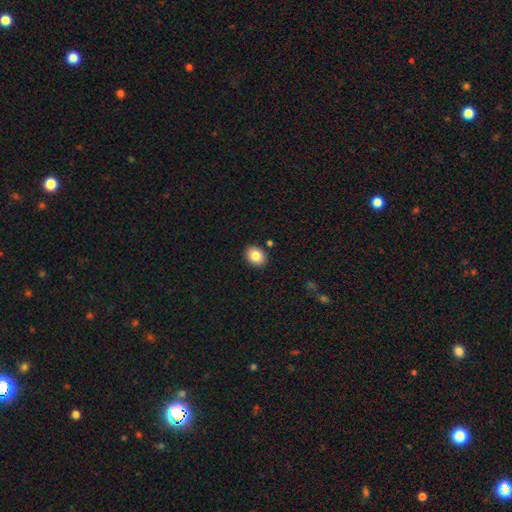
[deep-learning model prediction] Smooth or featured?
  - smooth: 83% *
  - featured or disk: 8%
  - star or artifact: 8%
How rounded?
  - in between: 58% *
  - round: 41%
  - cigar-shaped: 1%
Merging?
  - none: 88% *
  - minor disturbance: 7%
  - merger: 2%
  - major disturbance: 2%